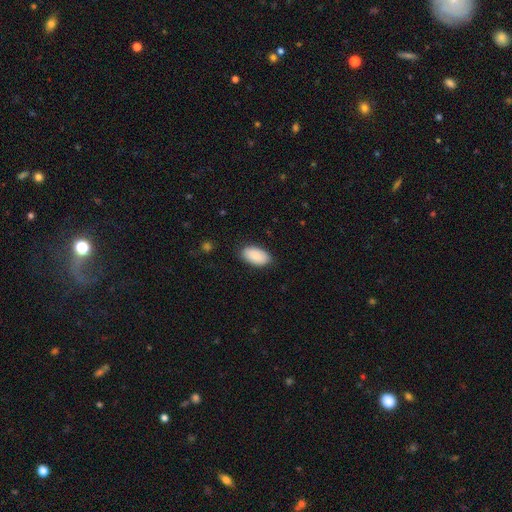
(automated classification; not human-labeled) The model was most divided on "merging": none: 85%, minor disturbance: 11%, major disturbance: 2%, merger: 1%. More confident: how rounded — in between (95%); smooth or featured — smooth (87%).